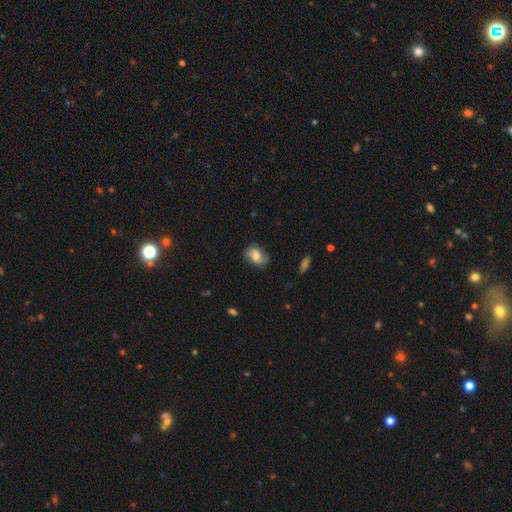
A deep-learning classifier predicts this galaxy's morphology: type=smooth (49%); merging=none (74%).